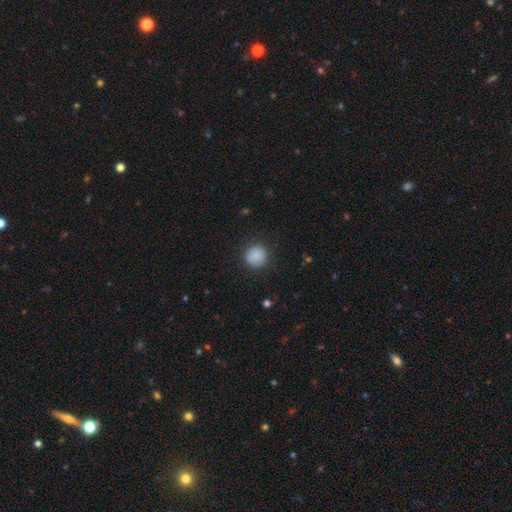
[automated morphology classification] A smooth galaxy with no disk features (87%) that is round (92%).

Vote fractions:
- Smooth or featured? smooth: 87% / star or artifact: 9% / featured or disk: 4%
- How rounded? round: 92% / in between: 7% / cigar-shaped: 1%
- Merging? none: 86% / minor disturbance: 9% / major disturbance: 3% / merger: 1%